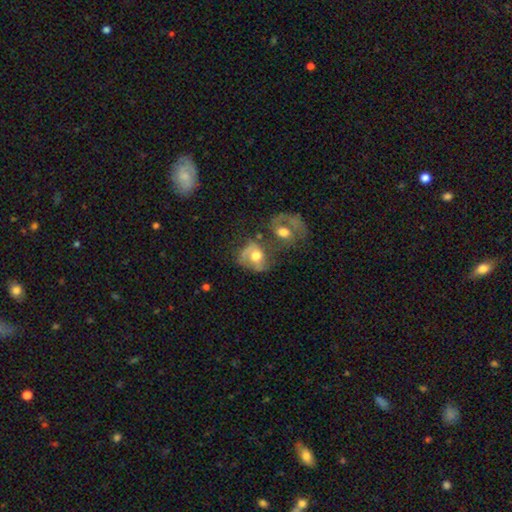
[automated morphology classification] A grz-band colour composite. It shows a featured or disk galaxy (48%). Merging: merger (43%).